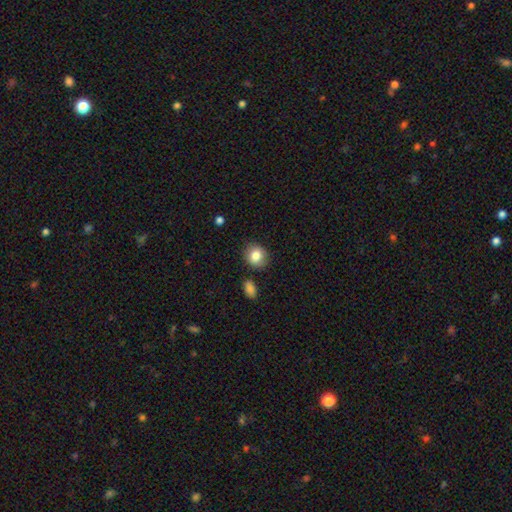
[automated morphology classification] A smooth galaxy with no disk features (84%) that is round (73%).

Vote fractions:
- Smooth or featured? smooth: 84% / star or artifact: 9% / featured or disk: 8%
- How rounded? round: 73% / in between: 26% / cigar-shaped: 1%
- Merging? none: 82% / minor disturbance: 12% / merger: 3% / major disturbance: 3%